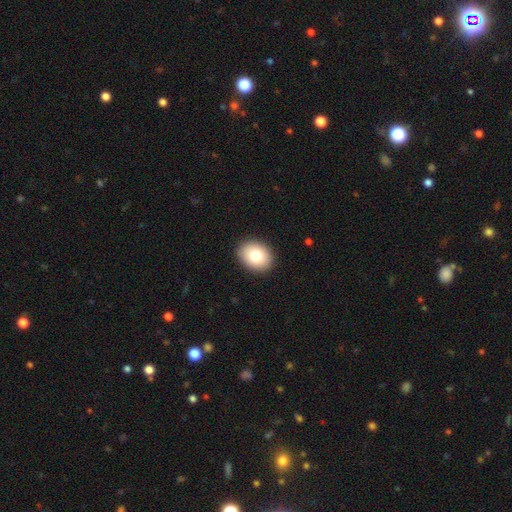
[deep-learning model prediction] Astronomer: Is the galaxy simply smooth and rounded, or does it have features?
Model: smooth — 80%.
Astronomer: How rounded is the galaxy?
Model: in between — 55% (runner-up: round, 44%).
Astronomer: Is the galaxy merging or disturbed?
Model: none — 91%.